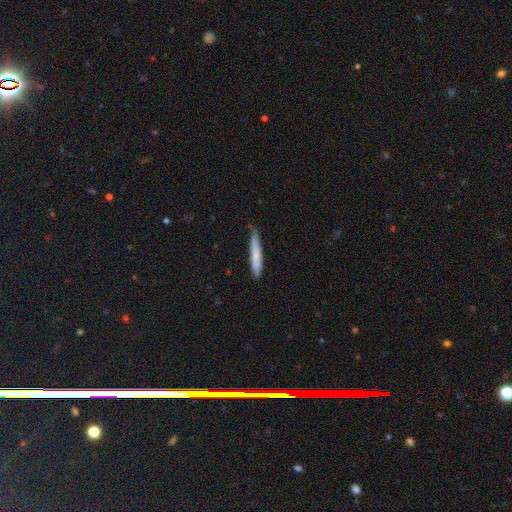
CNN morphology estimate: A smooth galaxy with no disk features (74%) that is cigar-shaped (94%). Merging: none (77%).